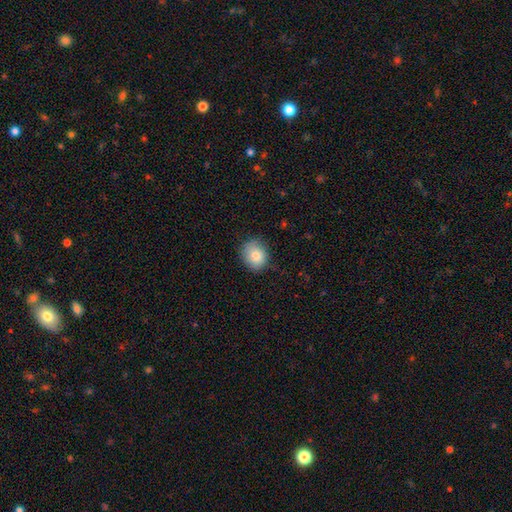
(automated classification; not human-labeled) smooth_or_featured: smooth (p=0.82) [alt: featured or disk p=0.10]
how_rounded: round (p=0.63) [alt: in between p=0.36]
merging: none (p=0.78) [alt: minor disturbance p=0.18]